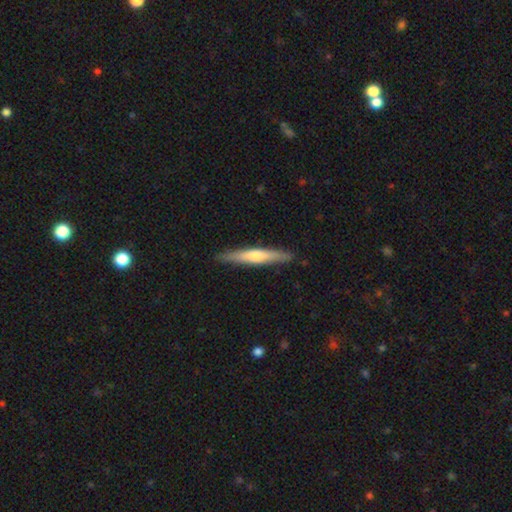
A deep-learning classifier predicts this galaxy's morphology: Smooth or featured? featured or disk (52%)
Edge-on disk? yes (96%)
Merging? none (90%)